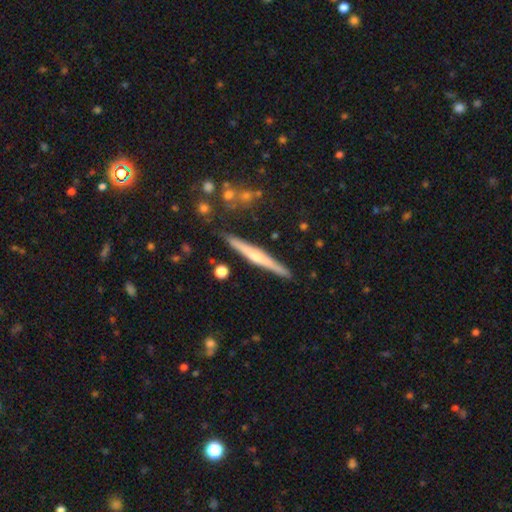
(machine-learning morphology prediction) The model was most divided on "smooth or featured": featured or disk: 64%, smooth: 29%, star or artifact: 6%. More confident: edge-on disk — yes (97%); merging — none (88%); edge-on bulge — rounded (71%).